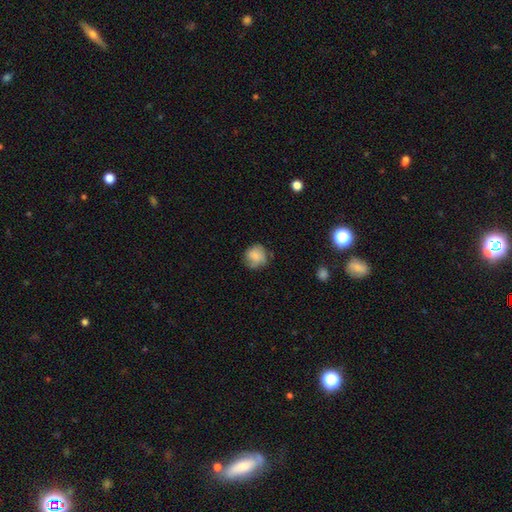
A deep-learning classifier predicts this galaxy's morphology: type=smooth (77%); roundness=round (86%); merging=none (67%).